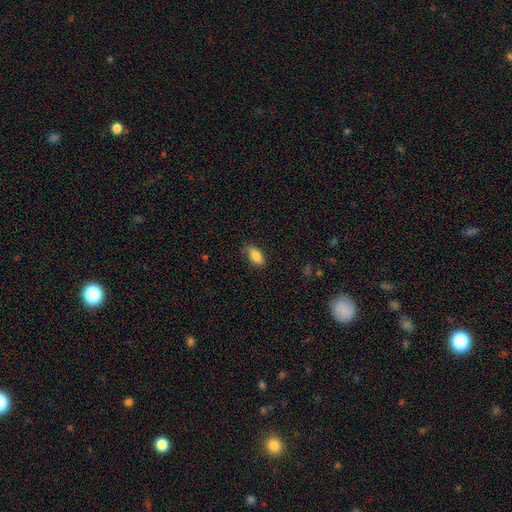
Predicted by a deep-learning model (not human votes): smooth-or-featured: smooth: 85% | featured or disk: 8% | star or artifact: 7%
  how-rounded: in between: 92% | round: 4% | cigar-shaped: 4%
  merging: none: 67% | minor disturbance: 25% | major disturbance: 7% | merger: 2%